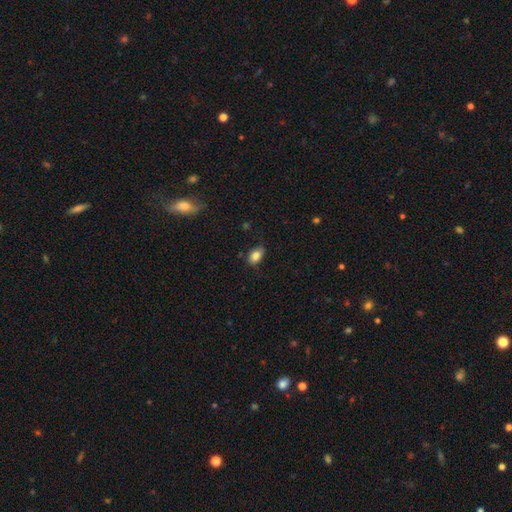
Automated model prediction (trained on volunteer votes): Morphology: type=smooth (84%); roundness=in between (86%); merging=none (71%).